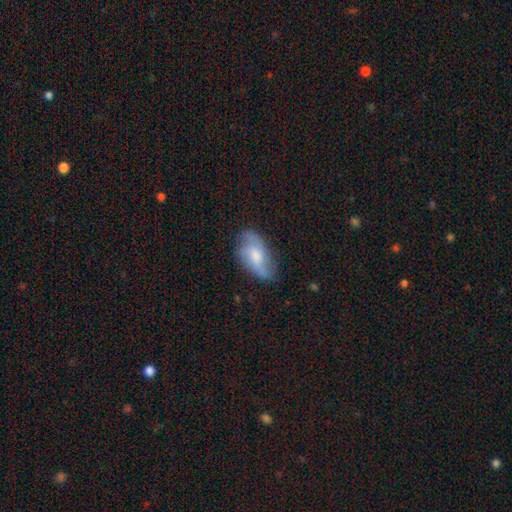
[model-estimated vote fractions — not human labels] Morphology: type=featured or disk (63%); edge-on=no (95%); bar=no (55%); spiral arms=yes (90%); winding=loose (42%); arm count=2 (55%); bulge=moderate (47%); merging=none (68%).